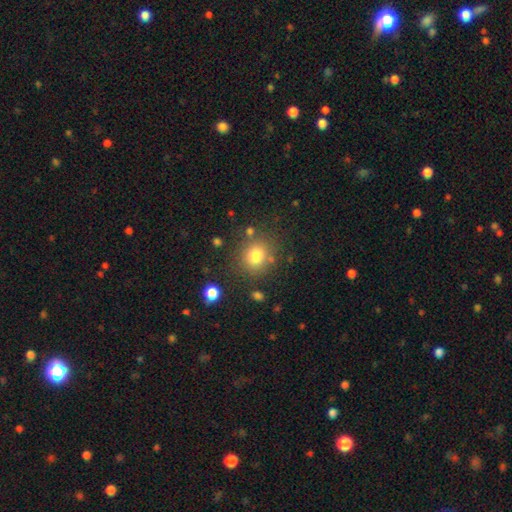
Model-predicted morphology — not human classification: This is likely a smooth galaxy (79%). How rounded: likely round (79%). Merging: likely none (79%).